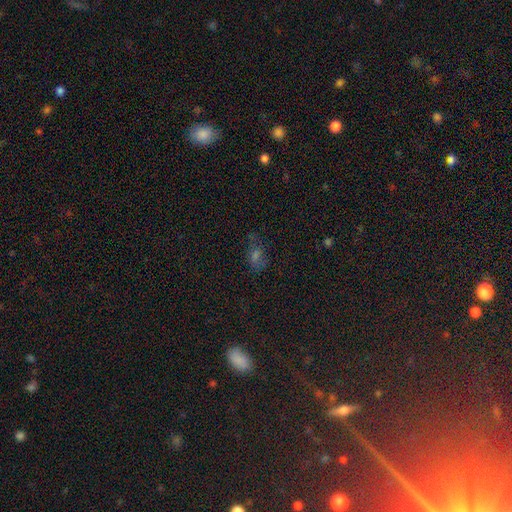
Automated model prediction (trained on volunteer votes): A smooth galaxy with no disk features (45%).

Vote fractions:
- Smooth or featured? smooth: 45% / star or artifact: 35% / featured or disk: 20%
- Merging? none: 62% / minor disturbance: 22% / major disturbance: 12% / merger: 4%